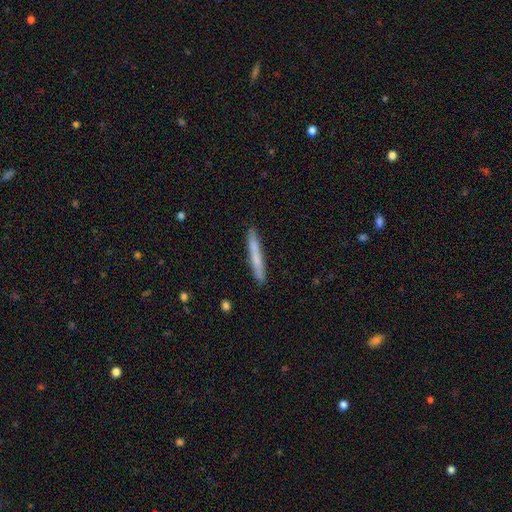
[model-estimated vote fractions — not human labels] smooth_or_featured: smooth (p=0.69) [alt: featured or disk p=0.25]
how_rounded: cigar-shaped (p=0.97) [alt: in between p=0.02]
merging: none (p=0.90) [alt: minor disturbance p=0.07]